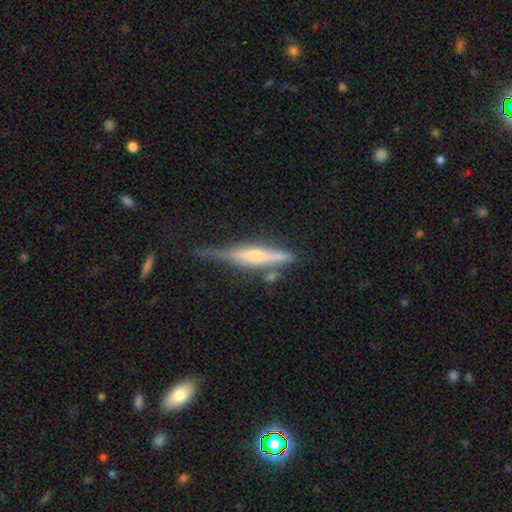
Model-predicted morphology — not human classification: smooth-or-featured: featured or disk: 65% | smooth: 28% | star or artifact: 7%
  disk-edge-on: yes: 95% | no: 5%
    edge-on-bulge: rounded: 59% | boxy: 22% | none: 19%
  merging: none: 57% | minor disturbance: 26% | major disturbance: 8% | merger: 8%